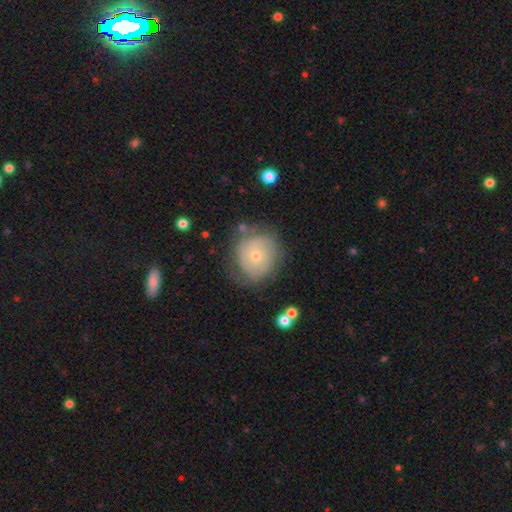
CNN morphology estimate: smooth-or-featured: featured or disk: 54% | smooth: 37% | star or artifact: 9%
  disk-edge-on: no: 96% | yes: 4%
    bar: no: 85% | weak: 12% | strong: 3%
    has-spiral-arms: yes: 65% | no: 35%
    bulge-size: small: 61% | moderate: 36% | large: 1% | none: 1% | dominant: 1%
  merging: none: 66% | minor disturbance: 22% | major disturbance: 10% | merger: 3%